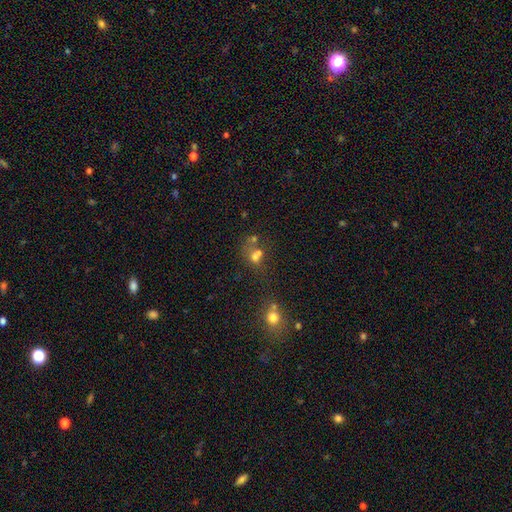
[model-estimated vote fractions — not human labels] Morphology: type=smooth (61%); roundness=round (68%); merging=merger (50%).